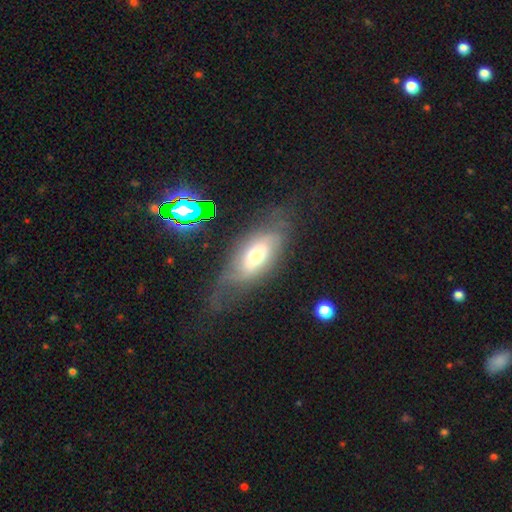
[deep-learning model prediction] smooth-or-featured: featured or disk: 49% | smooth: 41% | star or artifact: 10%
  merging: none: 44% | major disturbance: 27% | minor disturbance: 26% | merger: 3%